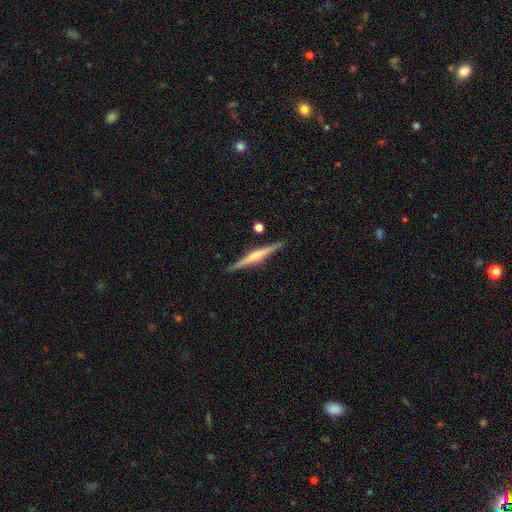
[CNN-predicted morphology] Smooth or featured: featured or disk — 71% (smooth — 24%)
Edge-on disk: yes — 98% (no — 2%)
Edge-on bulge: rounded — 66% (none — 18%)
Merging: none — 90% (minor disturbance — 7%)